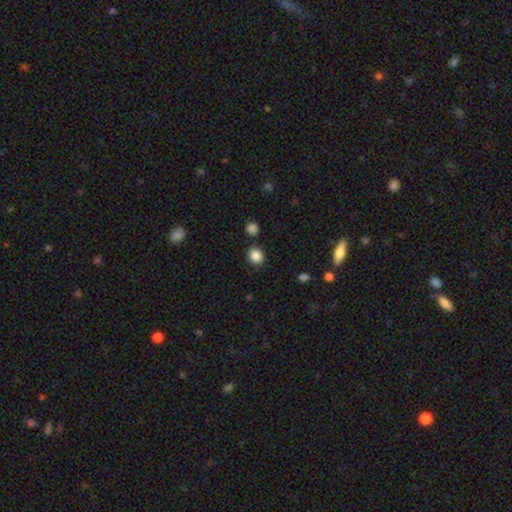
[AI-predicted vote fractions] smooth_or_featured: smooth (p=0.85) [alt: star or artifact p=0.11]
how_rounded: round (p=0.74) [alt: in between p=0.25]
merging: none (p=0.84) [alt: minor disturbance p=0.09]